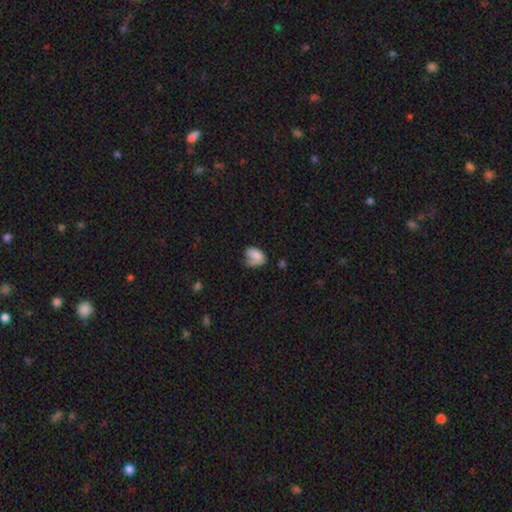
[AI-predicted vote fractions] smooth 71%, featured or disk 21%, star or artifact 8%. Down the decision tree: how rounded — in between (85%); merging — none (33%).